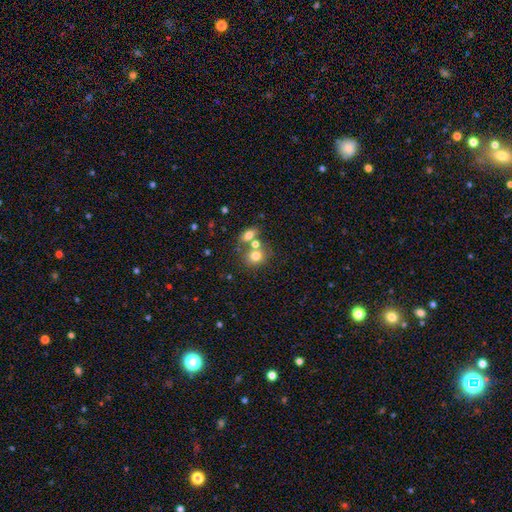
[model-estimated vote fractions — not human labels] The model was most divided on "merging": none: 44%, merger: 43%, minor disturbance: 9%, major disturbance: 5%. More confident: smooth or featured — smooth (74%); how rounded — round (69%).